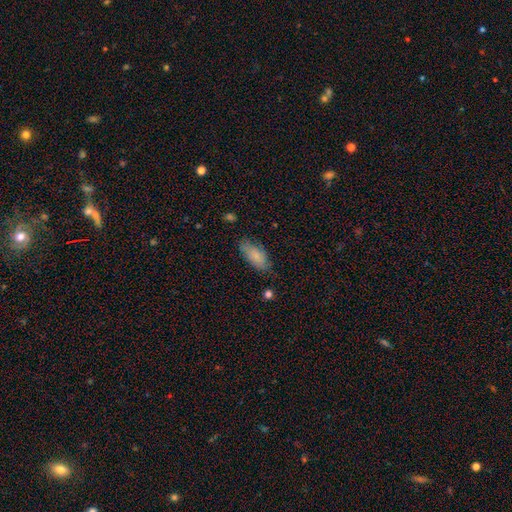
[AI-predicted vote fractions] This appears to be a smooth galaxy with no disk features (81%) that is in between round and cigar-shaped (85%). Merging: none (72%).